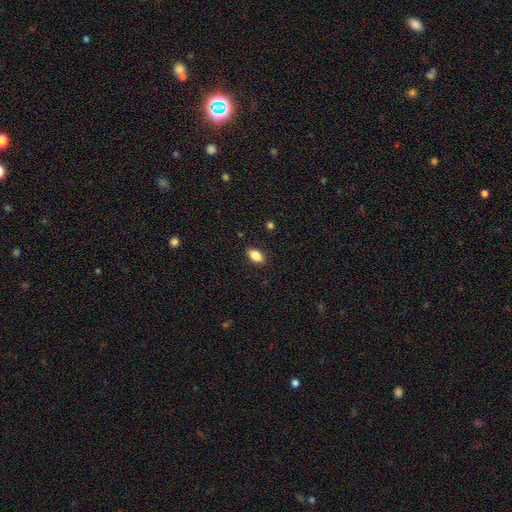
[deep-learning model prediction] Morphology: type=smooth (85%); roundness=in between (89%); merging=none (89%).